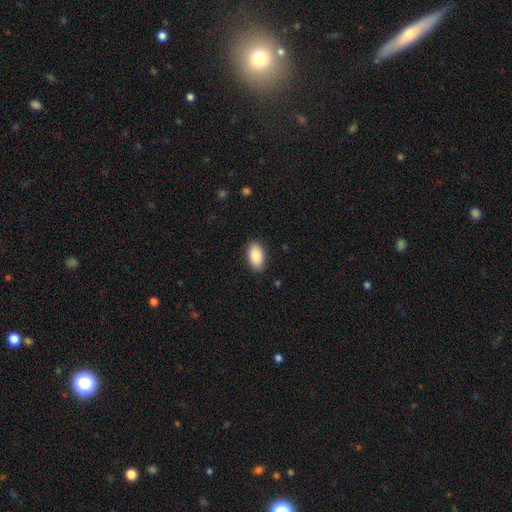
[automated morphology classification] smooth_or_featured: smooth (p=0.87) [alt: featured or disk p=0.06]
how_rounded: in between (p=0.94) [alt: round p=0.04]
merging: none (p=0.89) [alt: minor disturbance p=0.08]